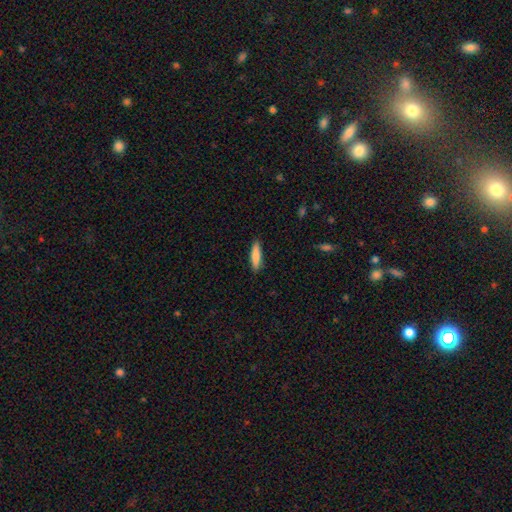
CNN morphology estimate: Q: Smooth or featured?
A: smooth (82%); runner-up: featured or disk (13%)
Q: How rounded?
A: cigar-shaped (79%); runner-up: in between (20%)
Q: Merging?
A: none (89%); runner-up: minor disturbance (8%)